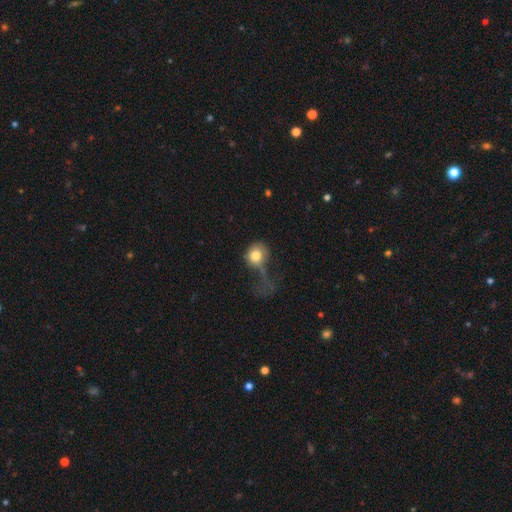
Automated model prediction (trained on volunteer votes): Morphology: type=smooth (76%); roundness=round (77%); merging=major disturbance (56%).